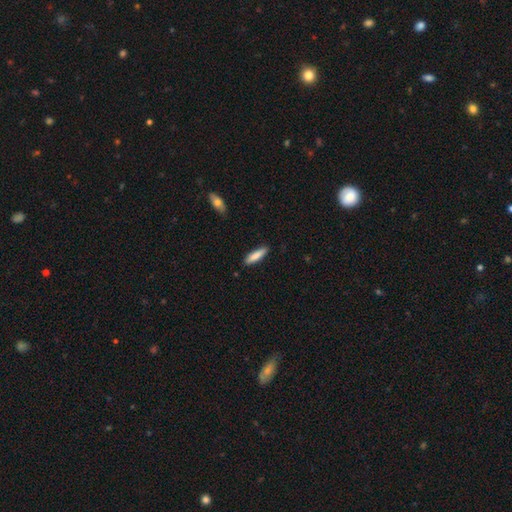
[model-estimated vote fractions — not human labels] The model was most divided on "how rounded": cigar-shaped: 73%, in between: 26%, round: 1%. More confident: merging — none (88%); smooth or featured — smooth (85%).